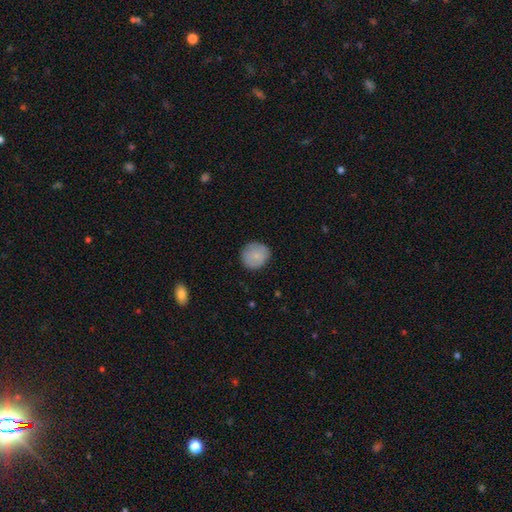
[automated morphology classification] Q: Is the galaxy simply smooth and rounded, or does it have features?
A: smooth — 78%.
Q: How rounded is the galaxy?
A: round — 89%.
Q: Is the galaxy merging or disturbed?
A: none — 85%.